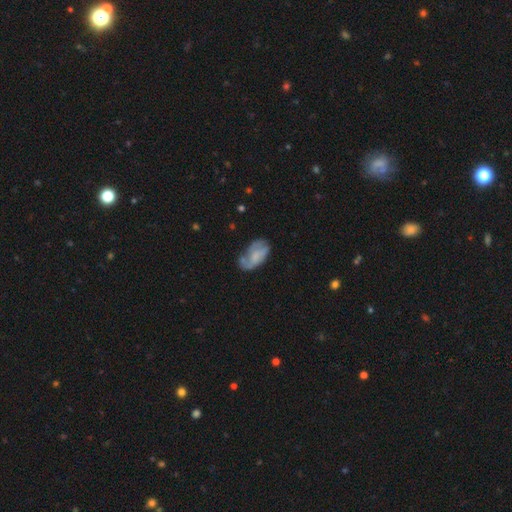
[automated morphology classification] Q: Smooth or featured?
A: smooth (47%); runner-up: featured or disk (45%)
Q: Merging?
A: none (46%); runner-up: minor disturbance (31%)